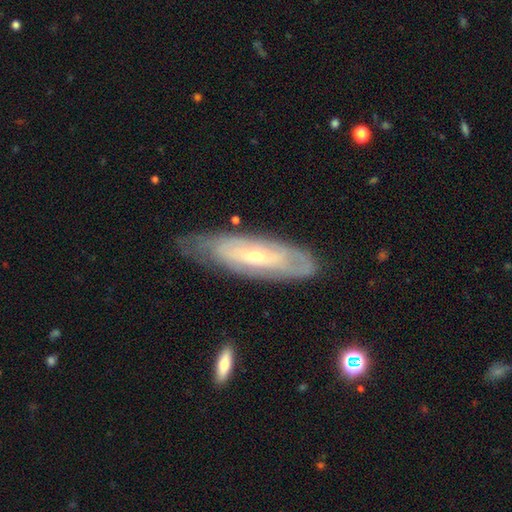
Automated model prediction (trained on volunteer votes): A featured or disk galaxy (69%) with no bar (61%), spiral arms (66%) and a small central bulge (60%).

Vote fractions:
- Smooth or featured? featured or disk: 69% / smooth: 25% / star or artifact: 7%
- Edge-on disk? no: 73% / yes: 27%
- Bar? no: 61% / weak: 28% / strong: 11%
- Spiral arms? yes: 66% / no: 34%
- Bulge size? small: 60% / moderate: 36% / large: 2% / none: 1% / dominant: 1%
- Merging? none: 67% / minor disturbance: 24% / major disturbance: 7% / merger: 2%